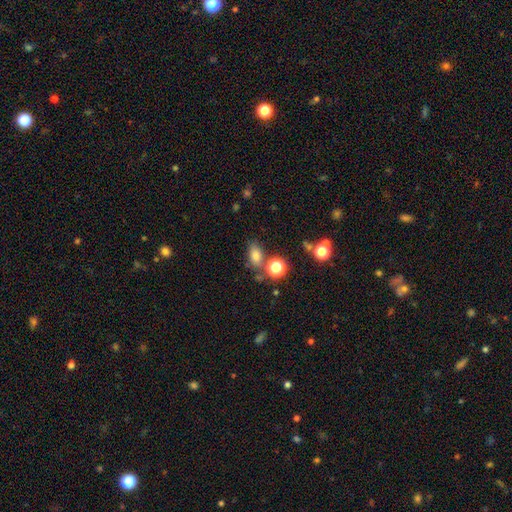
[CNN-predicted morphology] Smooth or featured?
  - smooth: 76% *
  - star or artifact: 15%
  - featured or disk: 9%
How rounded?
  - in between: 78% *
  - round: 20%
  - cigar-shaped: 3%
Merging?
  - none: 67% *
  - merger: 14%
  - minor disturbance: 14%
  - major disturbance: 5%